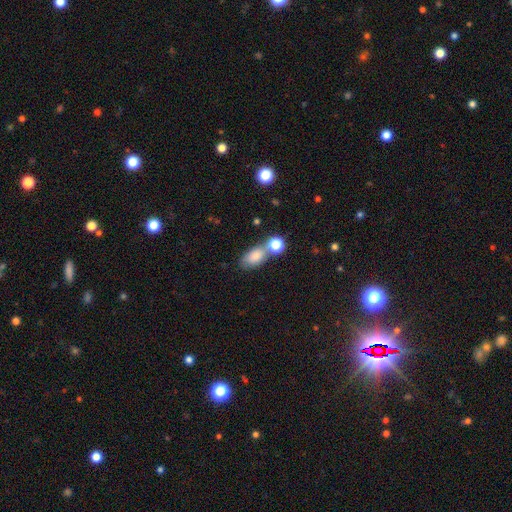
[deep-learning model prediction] Q: Smooth or featured?
A: smooth (80%); runner-up: star or artifact (10%)
Q: How rounded?
A: in between (84%); runner-up: round (12%)
Q: Merging?
A: none (49%); runner-up: merger (30%)